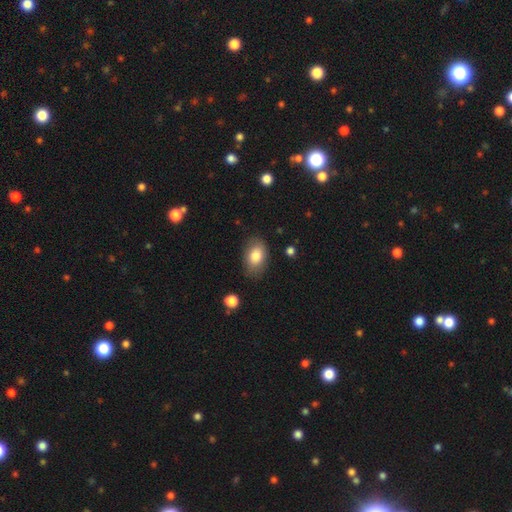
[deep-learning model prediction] This appears to be a smooth galaxy with no disk features (80%) that is in between round and cigar-shaped (87%). Merging: none (80%).